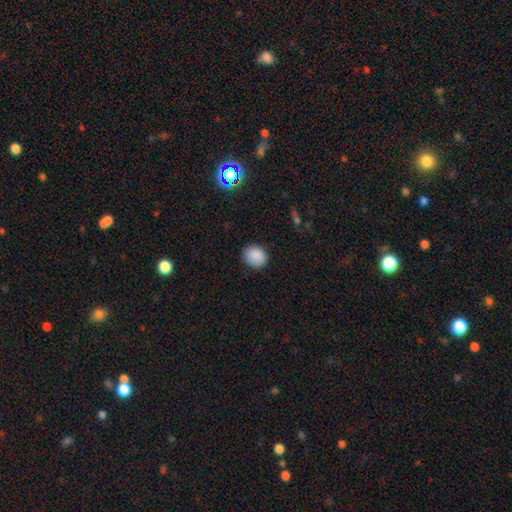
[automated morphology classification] type=smooth (88%); roundness=round (73%); merging=none (86%).